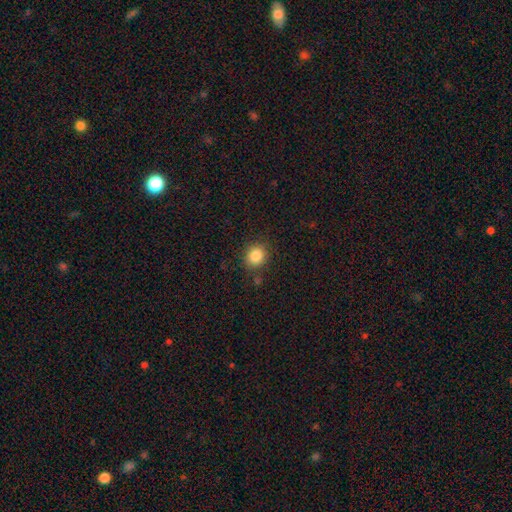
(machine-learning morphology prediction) A smooth galaxy with no disk features (85%) that is round (77%).

Vote fractions:
- Smooth or featured? smooth: 85% / star or artifact: 10% / featured or disk: 5%
- How rounded? round: 77% / in between: 22% / cigar-shaped: 1%
- Merging? none: 83% / minor disturbance: 10% / major disturbance: 3% / merger: 3%